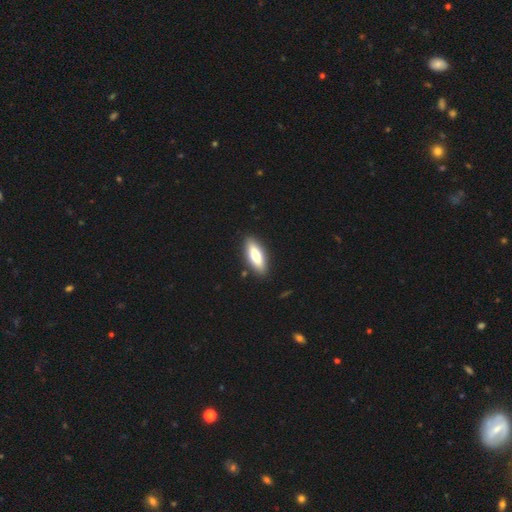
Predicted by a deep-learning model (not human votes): Overall: smooth (66%; featured or disk 29%). How rounded: in between (62%; cigar-shaped 36%). Merging: none (89%).